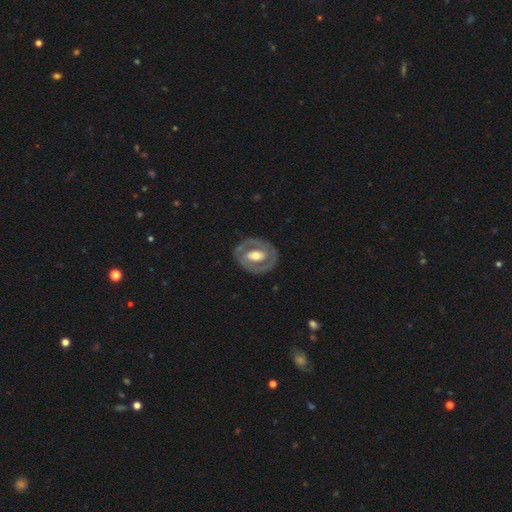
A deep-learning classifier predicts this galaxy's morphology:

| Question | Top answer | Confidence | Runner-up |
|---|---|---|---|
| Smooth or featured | featured or disk | 73% | smooth (23%) |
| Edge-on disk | no | 96% | yes (4%) |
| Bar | no | 41% | weak (34%) |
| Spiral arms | no | 51% | yes (49%) |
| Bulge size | moderate | 66% | large (18%) |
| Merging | none | 79% | minor disturbance (14%) |